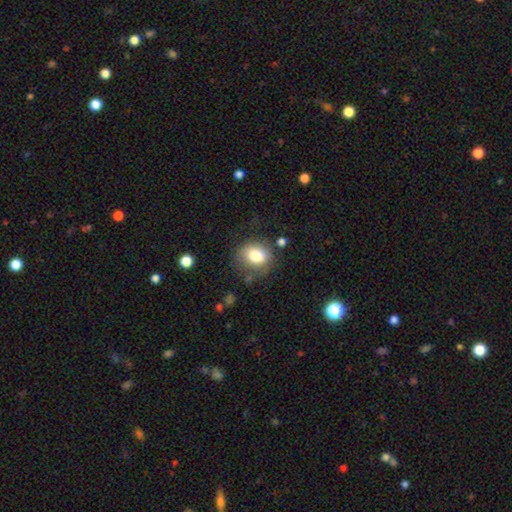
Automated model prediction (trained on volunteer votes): smooth-or-featured: smooth: 79% | featured or disk: 11% | star or artifact: 10%
  how-rounded: round: 64% | in between: 35% | cigar-shaped: 1%
  merging: none: 70% | minor disturbance: 19% | major disturbance: 7% | merger: 4%